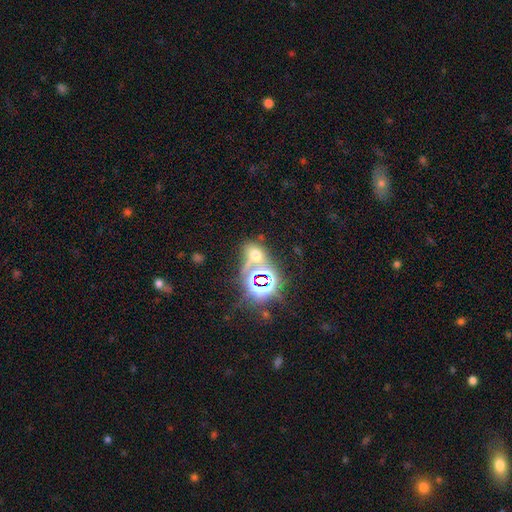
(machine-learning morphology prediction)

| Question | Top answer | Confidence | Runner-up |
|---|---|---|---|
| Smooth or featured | star or artifact | 47% | smooth (42%) |